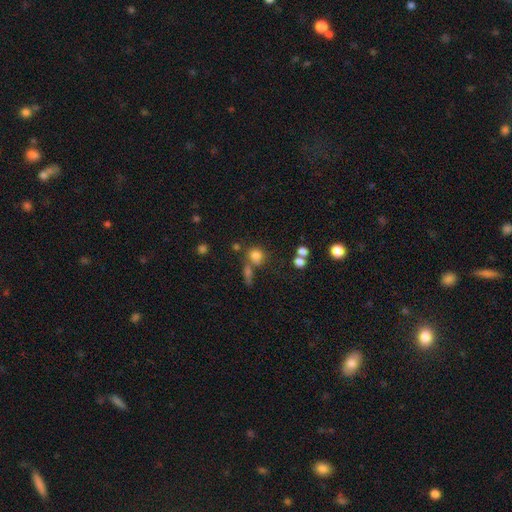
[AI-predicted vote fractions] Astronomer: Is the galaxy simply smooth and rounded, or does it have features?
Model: smooth — 77%.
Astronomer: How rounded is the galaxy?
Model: round — 75%.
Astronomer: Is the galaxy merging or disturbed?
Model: none — 54%.